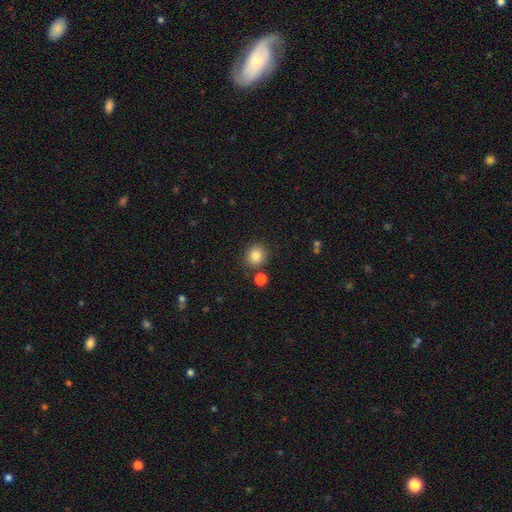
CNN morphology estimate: Smooth or featured: smooth — 85% (star or artifact — 10%)
How rounded: round — 82% (in between — 17%)
Merging: none — 82% (minor disturbance — 8%)